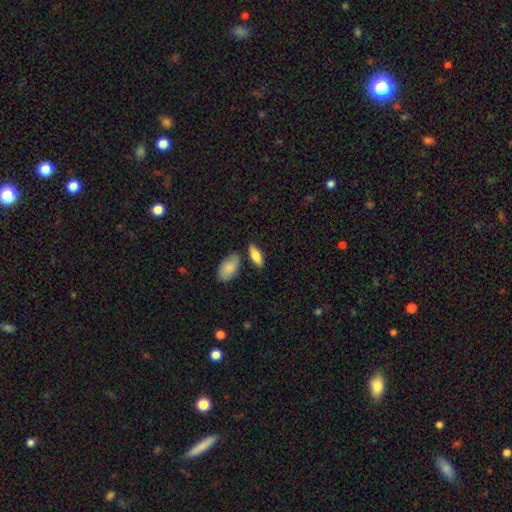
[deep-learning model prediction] Smooth or featured: smooth — 79% (featured or disk — 15%)
How rounded: in between — 73% (cigar-shaped — 24%)
Merging: none — 71% (minor disturbance — 15%)